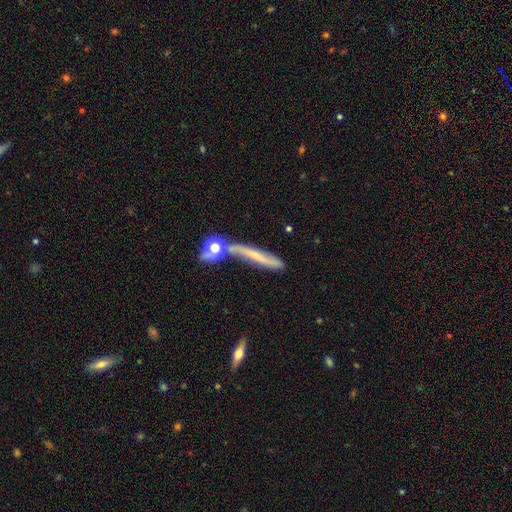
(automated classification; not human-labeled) smooth-or-featured: featured or disk: 49% | smooth: 40% | star or artifact: 11%
  merging: none: 58% | merger: 18% | minor disturbance: 17% | major disturbance: 7%